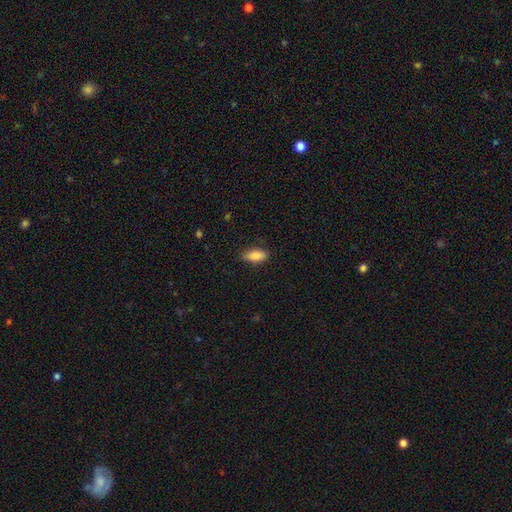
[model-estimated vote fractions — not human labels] Smooth or featured: smooth — 87% (star or artifact — 7%)
How rounded: in between — 82% (cigar-shaped — 15%)
Merging: none — 82% (minor disturbance — 14%)